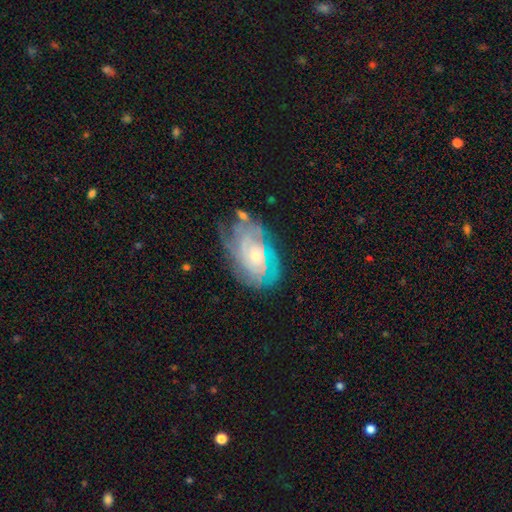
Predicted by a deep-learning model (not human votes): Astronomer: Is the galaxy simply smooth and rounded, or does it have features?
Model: featured or disk — 80%.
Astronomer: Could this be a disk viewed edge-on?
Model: no — 95%.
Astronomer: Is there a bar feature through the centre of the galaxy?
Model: no — 75%.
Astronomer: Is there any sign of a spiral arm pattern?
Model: yes — 91%.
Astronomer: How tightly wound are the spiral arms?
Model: tight — 70%.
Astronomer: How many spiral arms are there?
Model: can't tell — 47%.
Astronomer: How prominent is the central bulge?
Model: small — 67%.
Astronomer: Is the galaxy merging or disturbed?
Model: none — 63%.